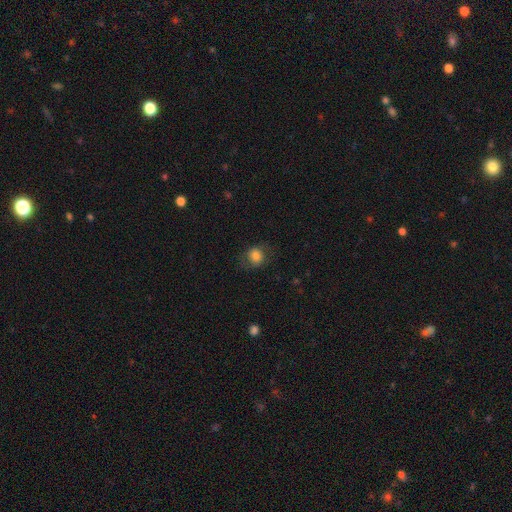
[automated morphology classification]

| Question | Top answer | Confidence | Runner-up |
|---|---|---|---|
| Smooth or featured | smooth | 79% | featured or disk (11%) |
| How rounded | round | 71% | in between (28%) |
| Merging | none | 73% | minor disturbance (17%) |